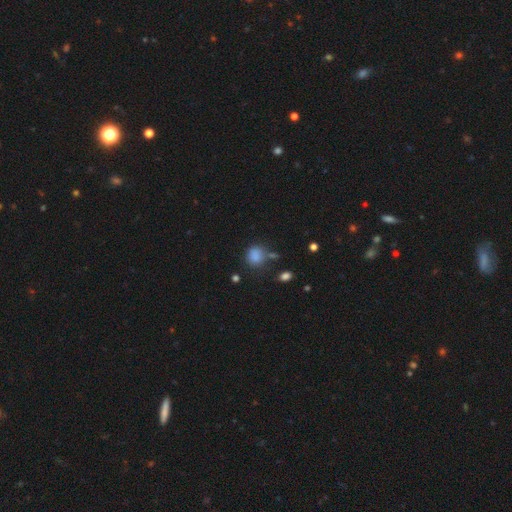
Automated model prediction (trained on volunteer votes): Morphology: type=smooth (83%); roundness=round (72%); merging=none (64%).